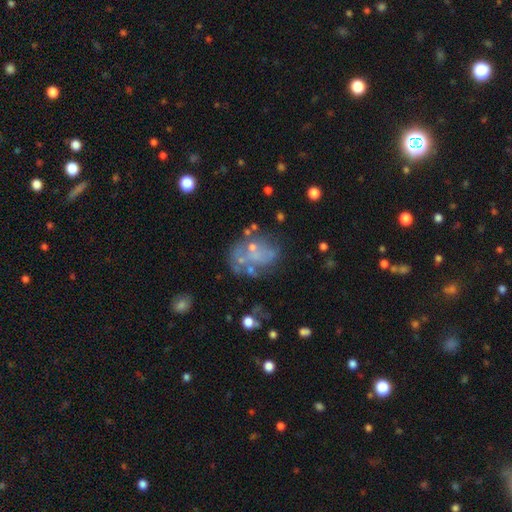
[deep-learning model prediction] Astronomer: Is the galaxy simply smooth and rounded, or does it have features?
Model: featured or disk — 51% (runner-up: smooth, 28%).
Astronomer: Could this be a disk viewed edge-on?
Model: no — 97%.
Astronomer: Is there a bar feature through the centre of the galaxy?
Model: no — 87%.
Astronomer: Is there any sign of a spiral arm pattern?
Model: no — 72%.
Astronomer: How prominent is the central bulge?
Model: small — 51% (runner-up: none, 33%).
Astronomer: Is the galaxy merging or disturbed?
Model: none — 44% (runner-up: major disturbance, 23%).